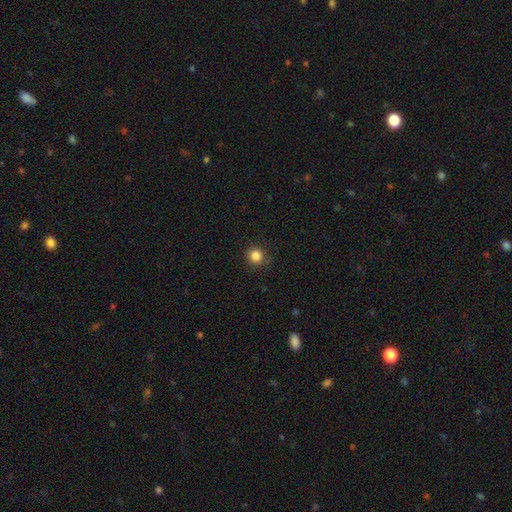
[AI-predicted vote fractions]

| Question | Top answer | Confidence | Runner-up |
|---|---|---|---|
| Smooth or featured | smooth | 85% | star or artifact (12%) |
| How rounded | round | 94% | in between (5%) |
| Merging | none | 88% | minor disturbance (8%) |